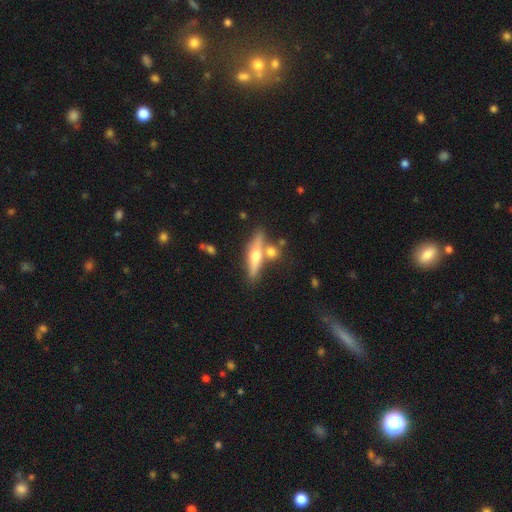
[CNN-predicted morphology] This appears to be a featured or disk galaxy (61%) viewed edge-on (93%) with a rounded central bulge (92%). Merging: none (67%).